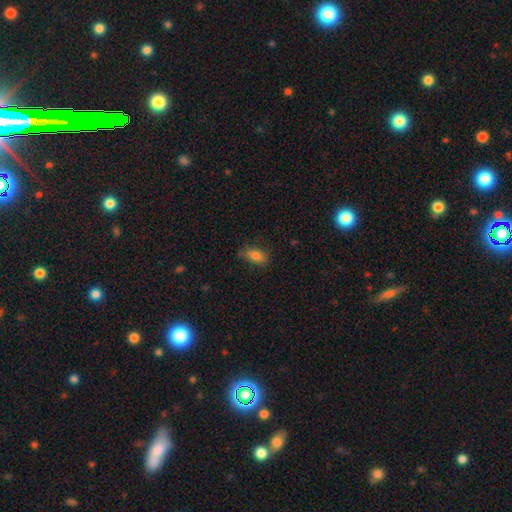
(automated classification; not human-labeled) This appears to be a smooth galaxy with no disk features (81%) that is in between round and cigar-shaped (86%). Merging: none (68%).